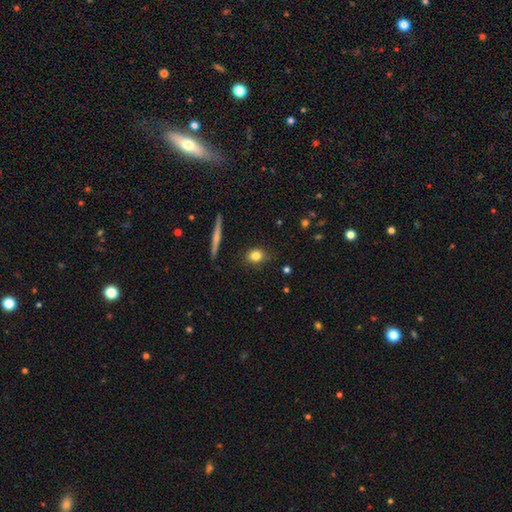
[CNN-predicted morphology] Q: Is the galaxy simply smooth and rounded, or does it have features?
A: smooth — 79%.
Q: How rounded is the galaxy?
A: round — 62%.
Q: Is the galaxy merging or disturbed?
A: none — 81%.